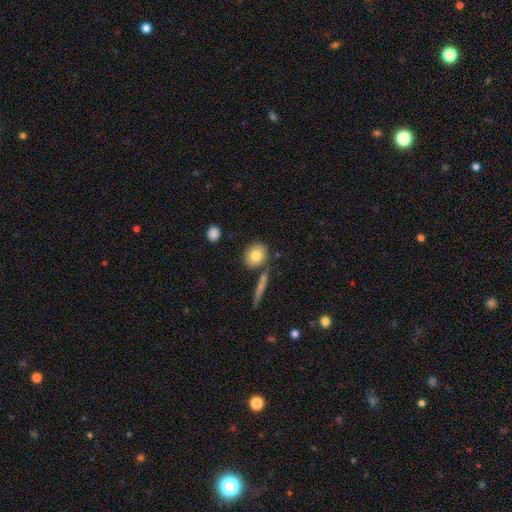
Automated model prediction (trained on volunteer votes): smooth_or_featured: smooth (p=0.81) [alt: featured or disk p=0.11]
how_rounded: round (p=0.66) [alt: in between p=0.32]
merging: none (p=0.77) [alt: minor disturbance p=0.10]